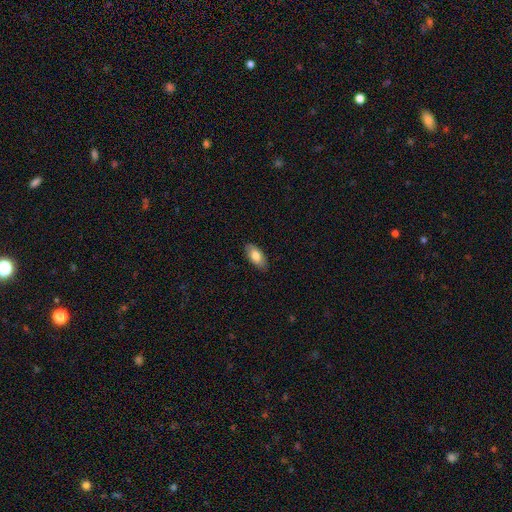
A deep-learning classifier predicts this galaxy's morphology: This is likely a smooth galaxy (78%). How rounded: clearly in between (92%). Merging: clearly none (87%).